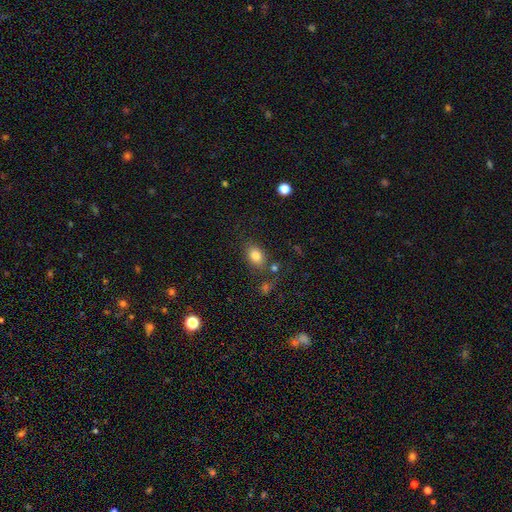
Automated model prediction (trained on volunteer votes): A smooth galaxy with no disk features (82%) that is in between round and cigar-shaped (76%).

Vote fractions:
- Smooth or featured? smooth: 82% / star or artifact: 10% / featured or disk: 8%
- How rounded? in between: 76% / round: 22% / cigar-shaped: 1%
- Merging? none: 75% / minor disturbance: 13% / merger: 7% / major disturbance: 5%